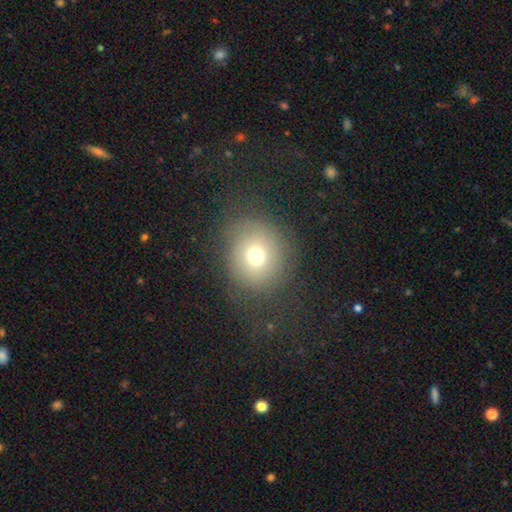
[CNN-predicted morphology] The model was most divided on "smooth or featured": smooth: 70%, star or artifact: 16%, featured or disk: 14%. More confident: how rounded — round (82%); merging — none (75%).